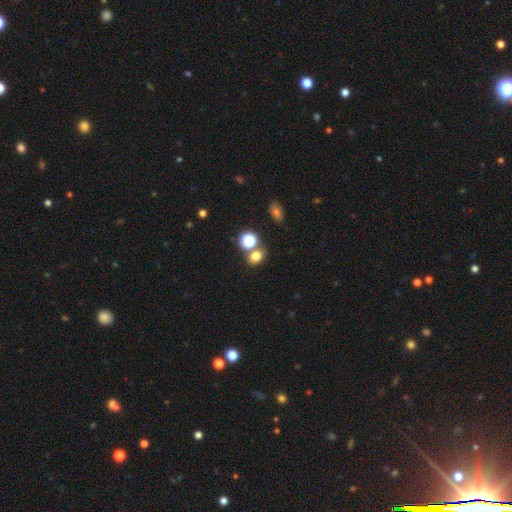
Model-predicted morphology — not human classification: A smooth galaxy with no disk features (74%) that is round (56%).

Vote fractions:
- Smooth or featured? smooth: 74% / star or artifact: 19% / featured or disk: 7%
- How rounded? round: 56% / in between: 43% / cigar-shaped: 1%
- Merging? none: 64% / merger: 23% / minor disturbance: 10% / major disturbance: 4%